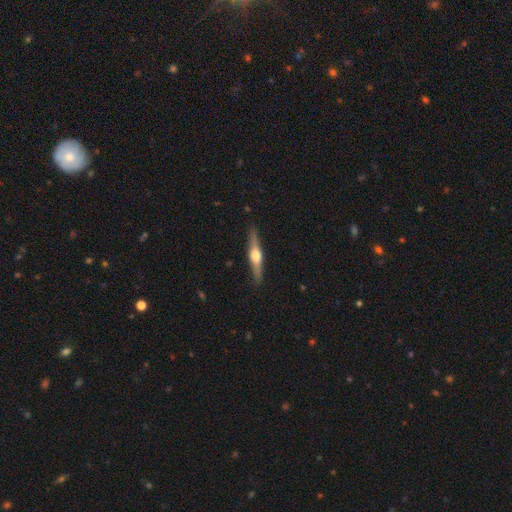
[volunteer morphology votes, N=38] smooth-or-featured: featured or disk: 55% | smooth: 45% | star or artifact: 0%
  disk-edge-on: yes: 100% | no: 0%
    edge-on-bulge: rounded: 95% | boxy: 5% | none: 0%
  merging: none: 84% | minor disturbance: 16% | major disturbance: 0% | merger: 0%